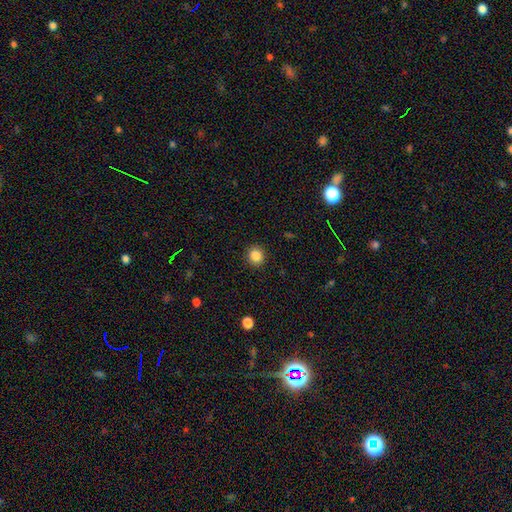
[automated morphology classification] Smooth or featured?
  - smooth: 86% *
  - star or artifact: 10%
  - featured or disk: 4%
How rounded?
  - round: 85% *
  - in between: 14%
  - cigar-shaped: 1%
Merging?
  - none: 91% *
  - minor disturbance: 6%
  - major disturbance: 2%
  - merger: 1%